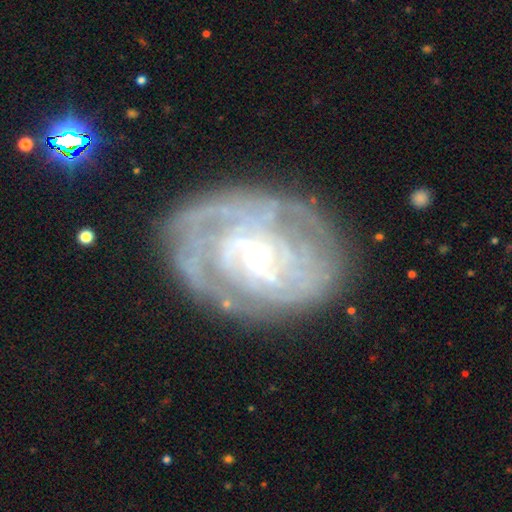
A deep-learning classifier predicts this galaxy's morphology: type=featured or disk (82%); edge-on=no (97%); bar=no (55%); spiral arms=yes (90%); winding=tight (70%); arm count=can't tell (45%); bulge=small (67%); merging=none (74%).